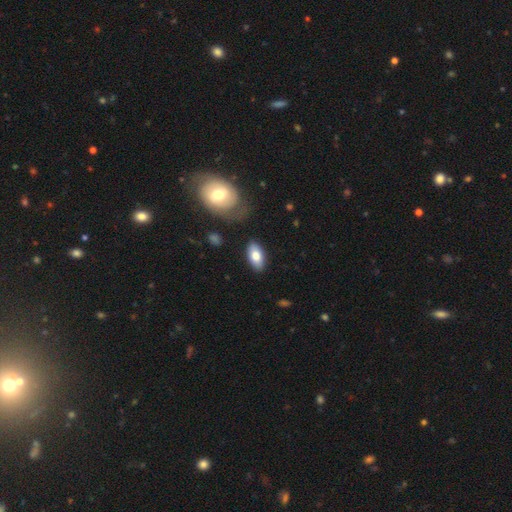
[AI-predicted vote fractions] Smooth or featured? Predicted: smooth (p=0.76). How rounded? Predicted: in between (p=0.92). Merging? Predicted: none (p=0.84).